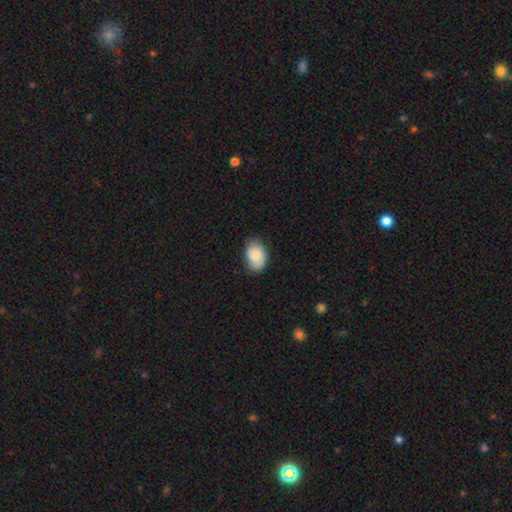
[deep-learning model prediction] Smooth or featured? smooth (74%)
How rounded? in between (82%)
Merging? none (77%)